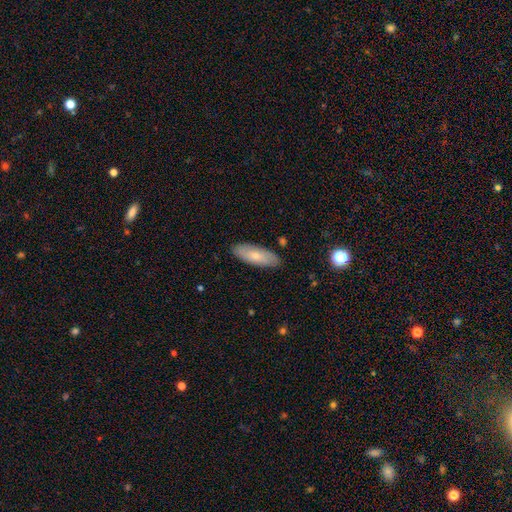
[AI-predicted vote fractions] Overall: smooth (68%). How rounded: in between (67%; cigar-shaped 31%). Merging: none (87%).